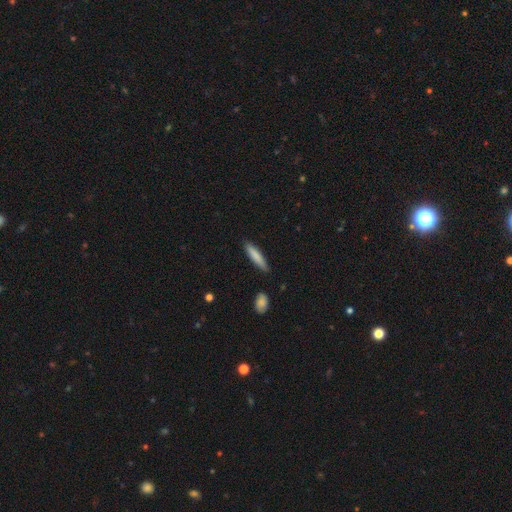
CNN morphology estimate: The model was most divided on "smooth or featured": smooth: 82%, featured or disk: 13%, star or artifact: 6%. More confident: merging — none (87%); how rounded — cigar-shaped (86%).